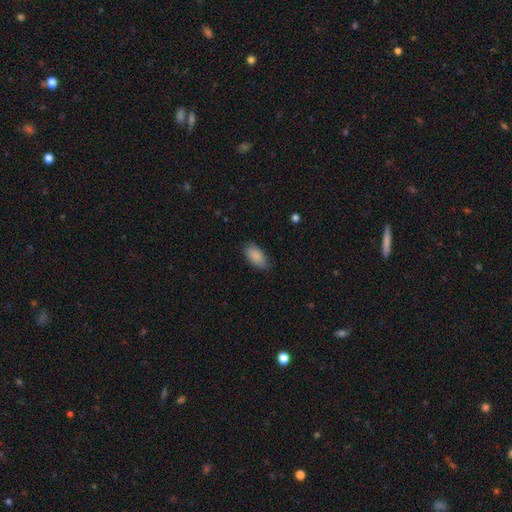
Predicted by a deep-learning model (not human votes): Q: Smooth or featured?
A: smooth (89%); runner-up: star or artifact (7%)
Q: How rounded?
A: in between (93%); runner-up: cigar-shaped (4%)
Q: Merging?
A: none (84%); runner-up: minor disturbance (12%)